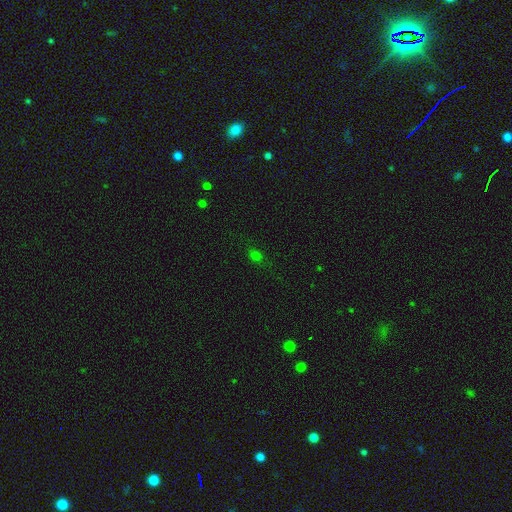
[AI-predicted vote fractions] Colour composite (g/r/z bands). It shows a smooth galaxy with no disk features (67%) that is round (49%). Merging: none (80%).